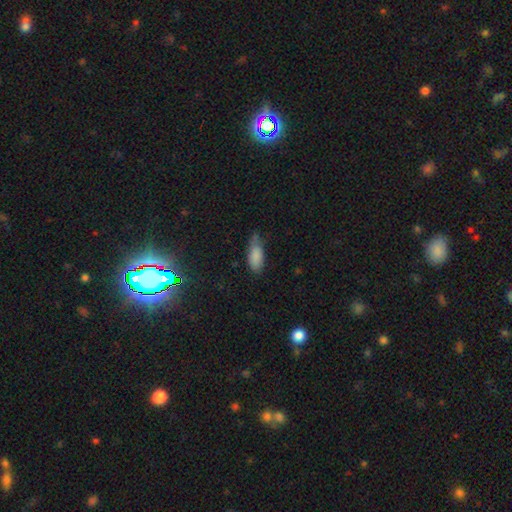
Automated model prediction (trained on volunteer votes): smooth-or-featured: smooth: 84% | featured or disk: 9% | star or artifact: 7%
  how-rounded: in between: 80% | cigar-shaped: 18% | round: 2%
  merging: none: 47% | minor disturbance: 40% | major disturbance: 10% | merger: 2%